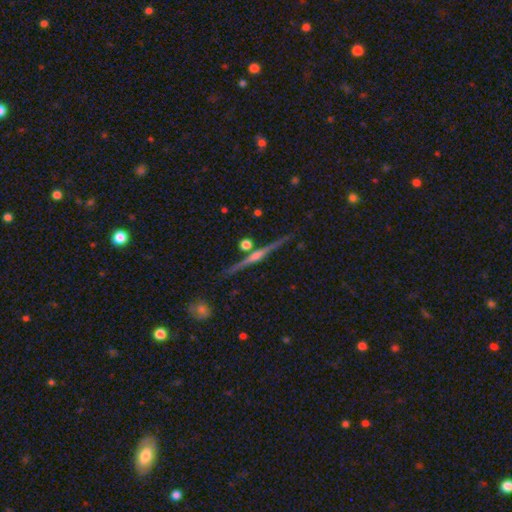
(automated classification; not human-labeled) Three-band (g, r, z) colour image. It shows a featured or disk galaxy (82%) viewed edge-on (98%) with a rounded central bulge (80%). Merging: none (88%).